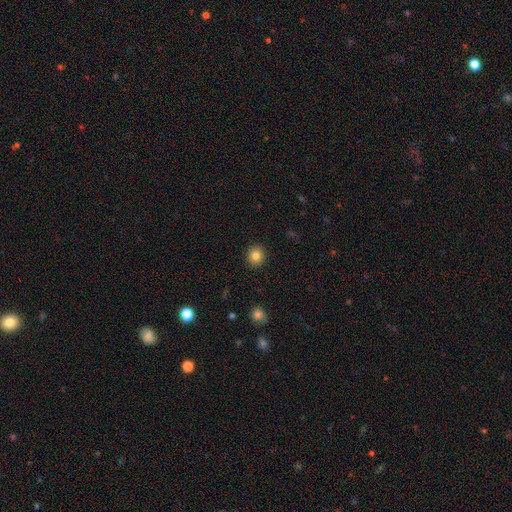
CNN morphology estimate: smooth_or_featured: smooth (p=0.83) [alt: star or artifact p=0.10]
how_rounded: round (p=0.83) [alt: in between p=0.16]
merging: none (p=0.92) [alt: minor disturbance p=0.06]